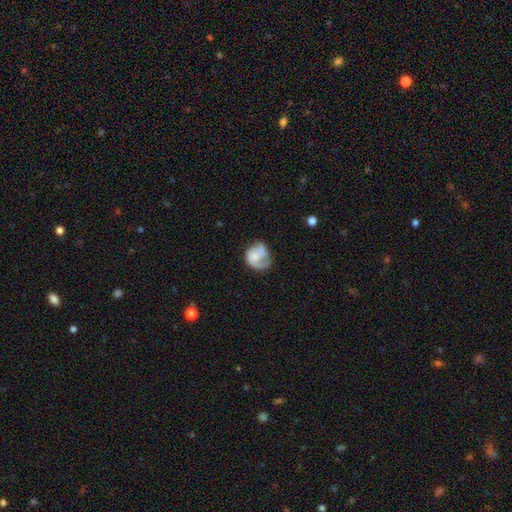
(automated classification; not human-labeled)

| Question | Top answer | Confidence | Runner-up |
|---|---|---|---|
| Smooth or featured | featured or disk | 56% | smooth (37%) |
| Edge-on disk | no | 98% | yes (2%) |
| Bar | no | 75% | weak (21%) |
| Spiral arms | yes | 82% | no (18%) |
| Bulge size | small | 42% | none (29%) |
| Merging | none | 44% | minor disturbance (27%) |